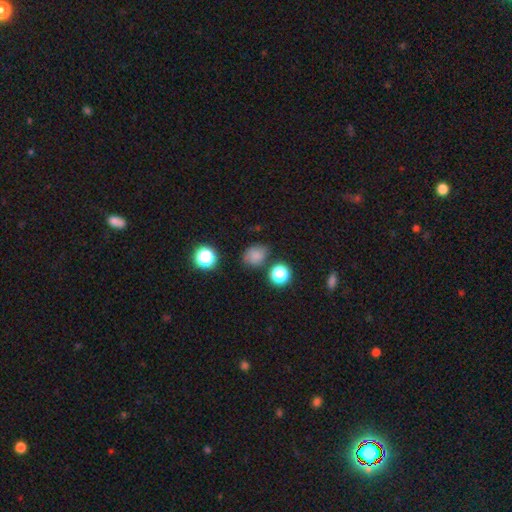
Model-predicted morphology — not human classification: A smooth galaxy with no disk features (76%) that is round (59%).

Vote fractions:
- Smooth or featured? smooth: 76% / star or artifact: 16% / featured or disk: 8%
- How rounded? round: 59% / in between: 40% / cigar-shaped: 1%
- Merging? none: 71% / minor disturbance: 18% / merger: 6% / major disturbance: 5%